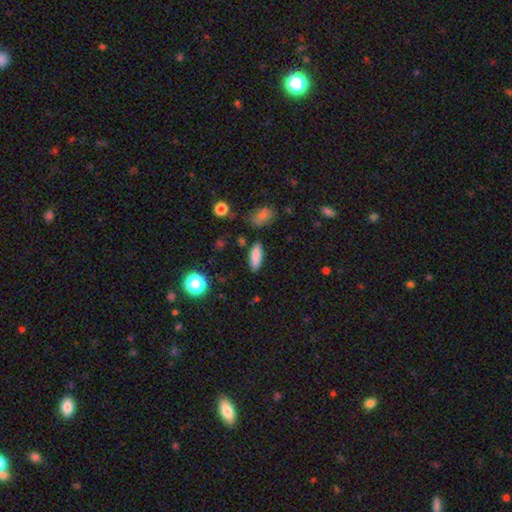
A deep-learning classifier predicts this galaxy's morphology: Smooth or featured?
  - smooth: 83% *
  - star or artifact: 9%
  - featured or disk: 8%
How rounded?
  - in between: 57% *
  - cigar-shaped: 40%
  - round: 3%
Merging?
  - none: 85% *
  - minor disturbance: 10%
  - major disturbance: 3%
  - merger: 3%